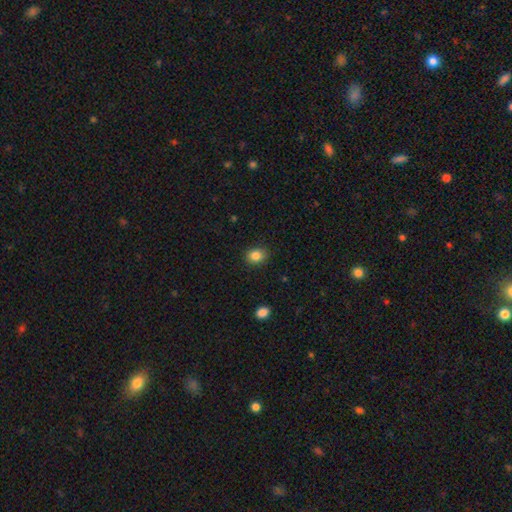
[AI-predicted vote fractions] smooth 85%, star or artifact 10%, featured or disk 5%. Down the decision tree: how rounded — round (56%); merging — none (86%).